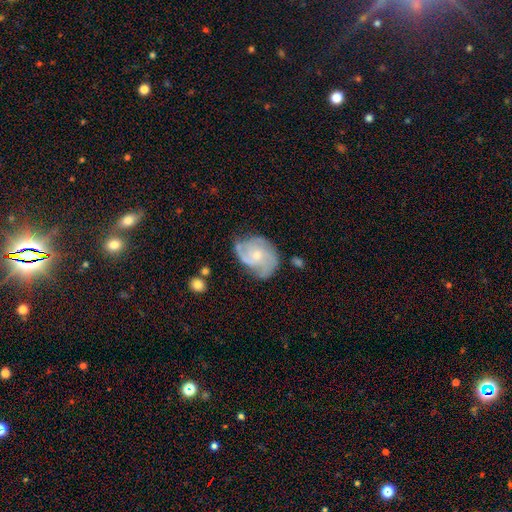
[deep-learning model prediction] This appears to be a featured or disk galaxy (75%) with no bar (70%), 3 (34%) medium (46%) spiral arms (91%) and a small central bulge (53%). Merging: none (54%).